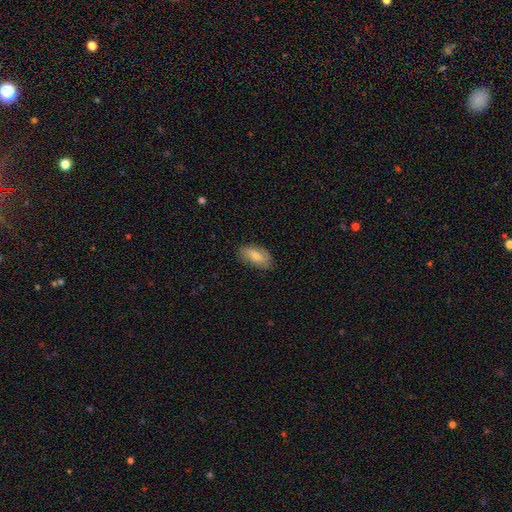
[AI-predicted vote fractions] This is possibly a smooth galaxy (58%). How rounded: clearly in between (88%). Merging: clearly none (80%).